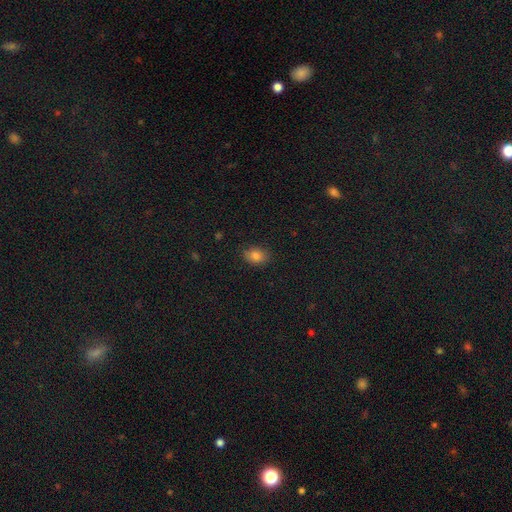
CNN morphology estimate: A smooth galaxy with no disk features (82%) that is in between round and cigar-shaped (73%). Merging: none (84%).